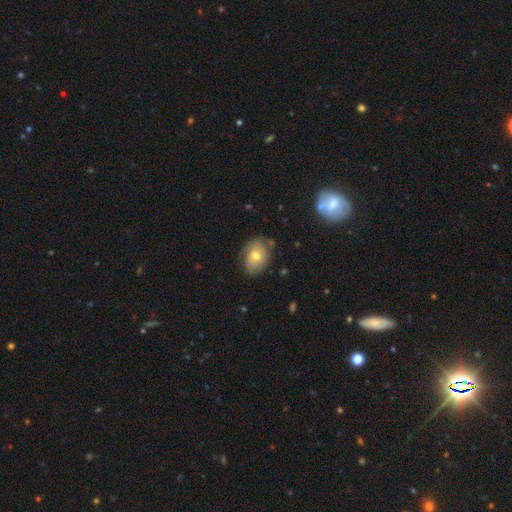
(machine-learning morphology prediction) smooth_or_featured: smooth (p=0.56) [alt: featured or disk p=0.36]
how_rounded: in between (p=0.68) [alt: round p=0.31]
merging: none (p=0.64) [alt: minor disturbance p=0.27]